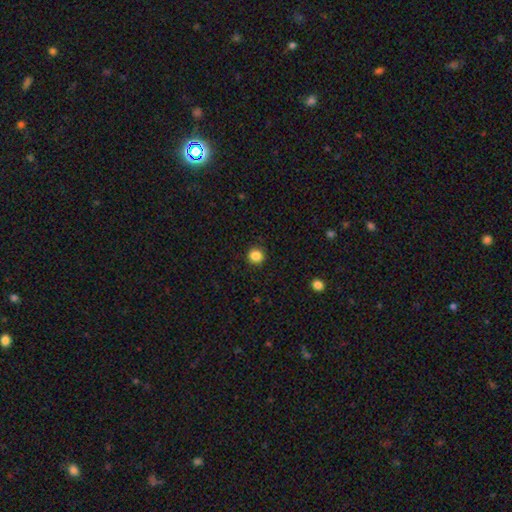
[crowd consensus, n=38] Smooth or featured? 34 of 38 (89%) said smooth. How rounded? 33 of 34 (97%) said round. Merging? 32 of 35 (91%) said none.